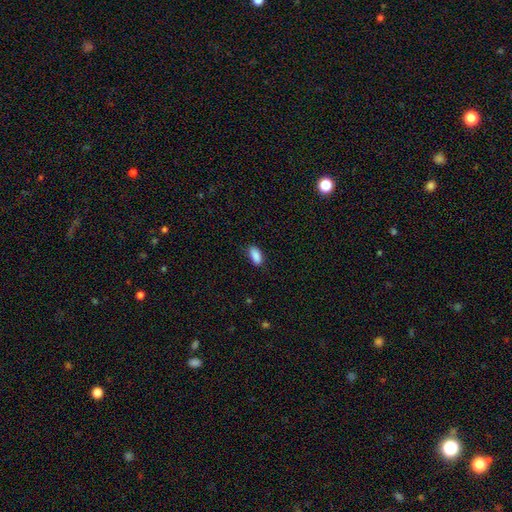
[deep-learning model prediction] A smooth galaxy with no disk features (89%) that is in between round and cigar-shaped (89%). Merging: none (81%).